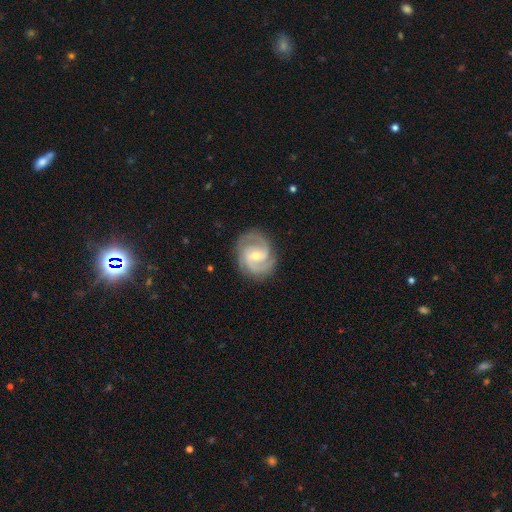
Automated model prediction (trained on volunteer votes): A featured or disk galaxy (90%) with a weak bar (48%), 2 (45%) tight (48%) spiral arms (98%) and a small central bulge (52%).

Vote fractions:
- Smooth or featured? featured or disk: 90% / smooth: 6% / star or artifact: 4%
- Edge-on disk? no: 98% / yes: 2%
- Bar? weak: 48% / no: 36% / strong: 16%
- Spiral arms? yes: 98% / no: 2%
- Spiral winding? tight: 48% / medium: 45% / loose: 8%
- Spiral arm count? 2: 45% / 3: 37% / can't tell: 7% / 4: 4% / 1: 3% / more than 4: 3%
- Bulge size? small: 52% / moderate: 46% / large: 1% / none: 1% / dominant: 1%
- Merging? none: 82% / minor disturbance: 13% / major disturbance: 4% / merger: 1%